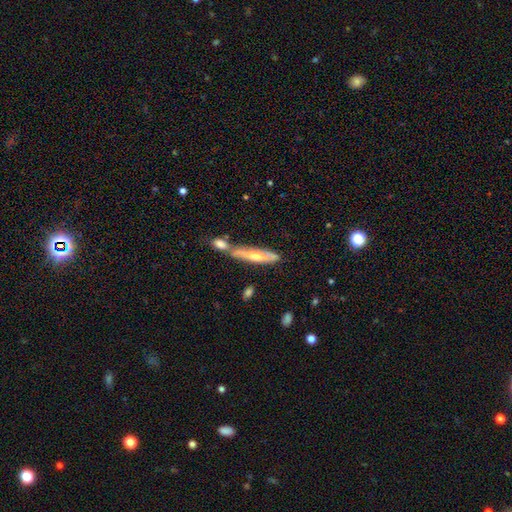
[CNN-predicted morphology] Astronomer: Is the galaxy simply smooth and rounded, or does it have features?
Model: featured or disk — 55% (runner-up: smooth, 39%).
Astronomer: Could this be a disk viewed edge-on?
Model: yes — 67%.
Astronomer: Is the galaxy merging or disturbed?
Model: none — 44% (runner-up: merger, 35%).